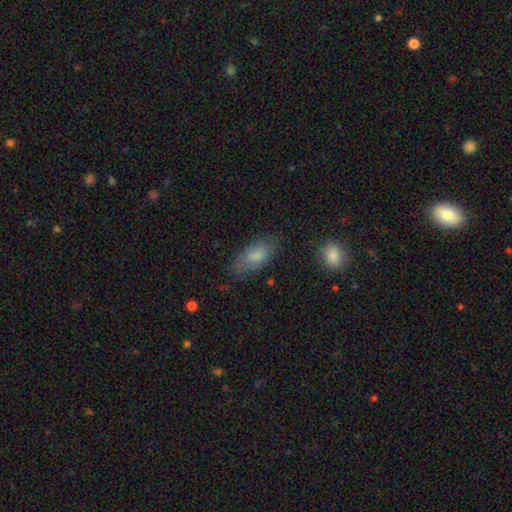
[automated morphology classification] Smooth or featured? smooth (80%)
How rounded? in between (86%)
Merging? none (72%)